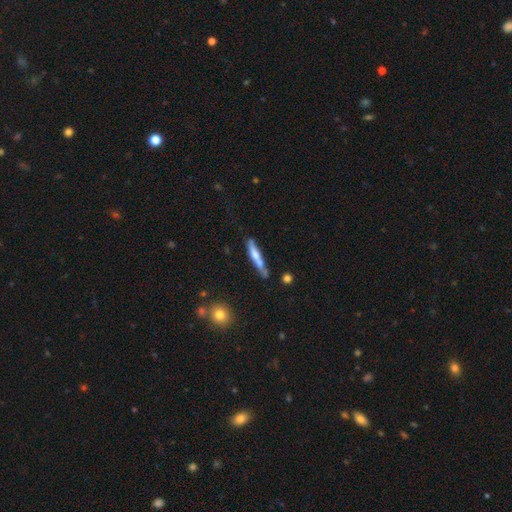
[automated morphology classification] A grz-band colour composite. It shows a smooth galaxy with no disk features (55%) that is cigar-shaped (89%). Merging: none (61%).